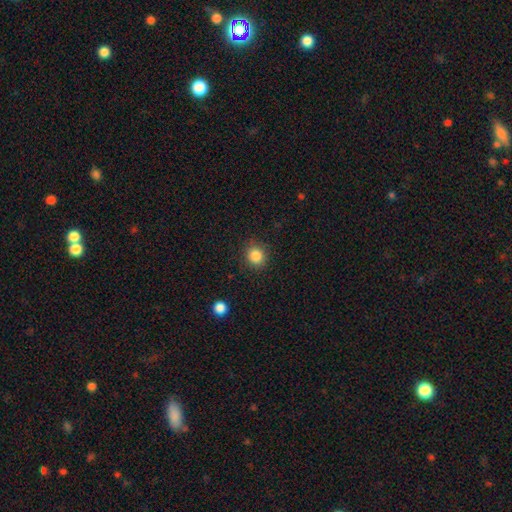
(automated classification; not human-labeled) smooth 86%, star or artifact 10%, featured or disk 4%. Down the decision tree: how rounded — round (82%); merging — none (87%).